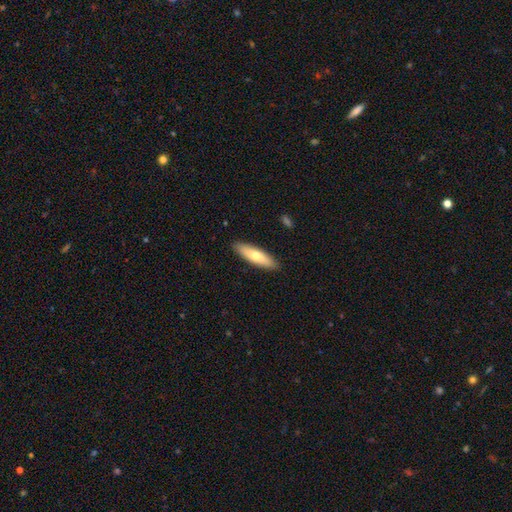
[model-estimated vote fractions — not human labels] smooth 66%, featured or disk 28%, star or artifact 5%. Down the decision tree: how rounded — cigar-shaped (61%); merging — none (89%).